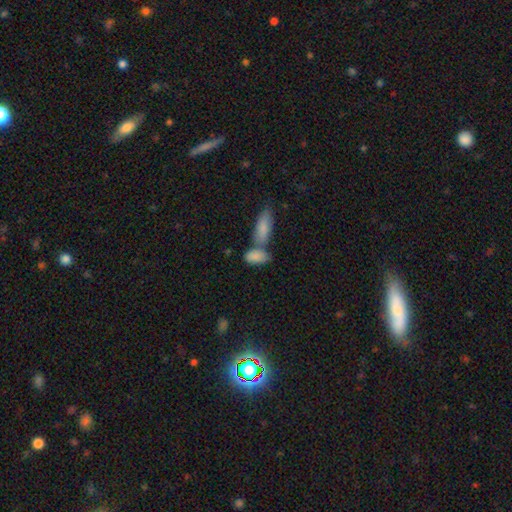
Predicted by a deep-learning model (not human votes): A smooth galaxy with no disk features (84%) that is in between round and cigar-shaped (85%).

Vote fractions:
- Smooth or featured? smooth: 84% / featured or disk: 9% / star or artifact: 7%
- How rounded? in between: 85% / cigar-shaped: 11% / round: 3%
- Merging? merger: 44% / none: 40% / minor disturbance: 12% / major disturbance: 5%